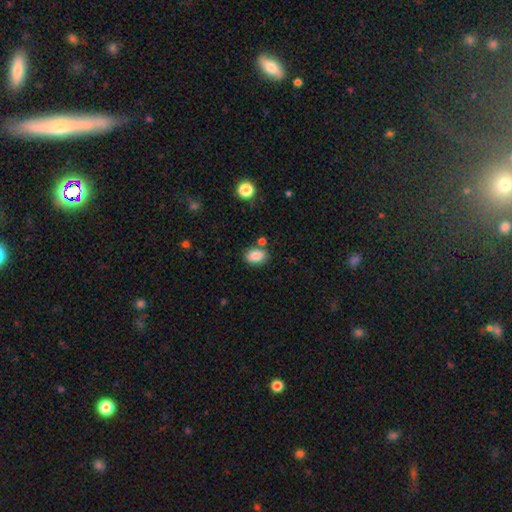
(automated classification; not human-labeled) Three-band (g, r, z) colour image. It shows a smooth galaxy with no disk features (85%) that is in between round and cigar-shaped (78%). Merging: none (77%).